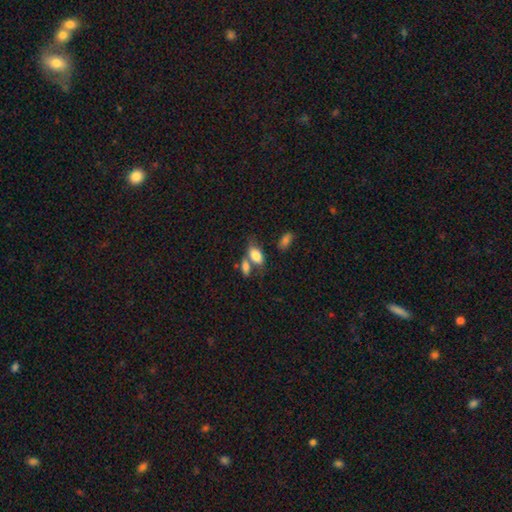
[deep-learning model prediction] Morphology: type=smooth (79%); roundness=in between (89%); merging=none (41%).